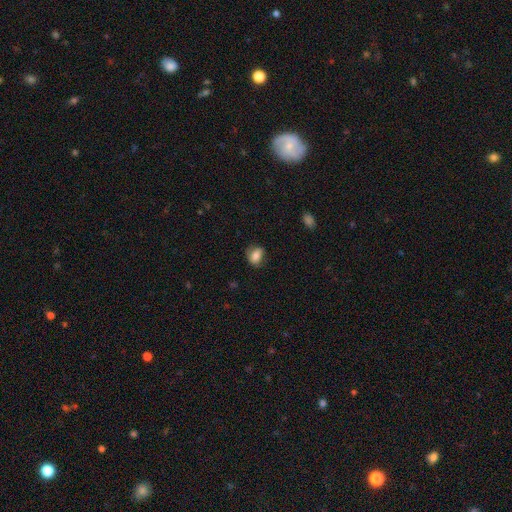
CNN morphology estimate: type=smooth (76%); roundness=in between (65%); merging=none (68%).